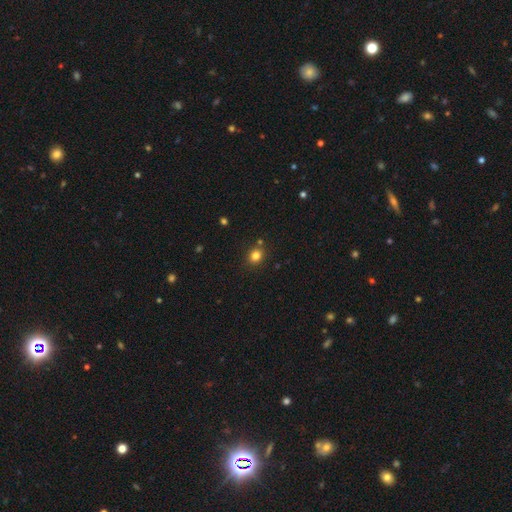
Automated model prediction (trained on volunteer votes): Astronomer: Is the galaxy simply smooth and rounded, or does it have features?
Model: smooth — 81%.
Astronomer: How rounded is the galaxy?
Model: round — 78%.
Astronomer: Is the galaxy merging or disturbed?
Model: none — 83%.